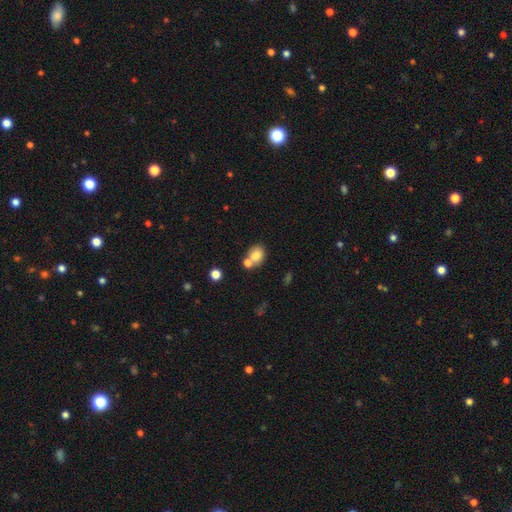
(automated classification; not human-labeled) A smooth galaxy with no disk features (80%) that is in between round and cigar-shaped (51%).

Vote fractions:
- Smooth or featured? smooth: 80% / star or artifact: 10% / featured or disk: 10%
- How rounded? in between: 51% / round: 48% / cigar-shaped: 1%
- Merging? none: 50% / merger: 34% / minor disturbance: 12% / major disturbance: 4%